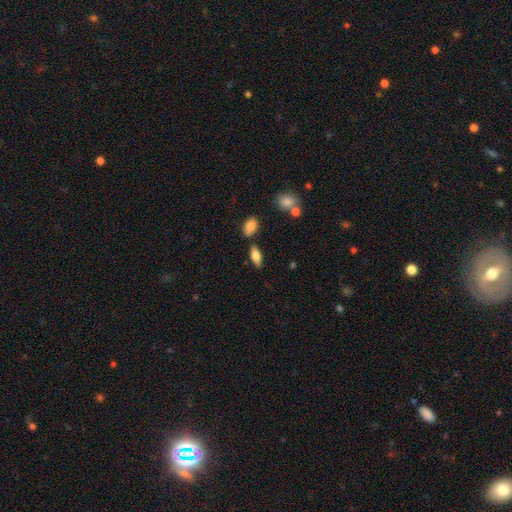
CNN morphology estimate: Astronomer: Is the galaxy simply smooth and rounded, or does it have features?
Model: smooth — 67%.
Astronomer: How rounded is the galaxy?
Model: in between — 79%.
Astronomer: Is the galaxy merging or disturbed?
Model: none — 79%.